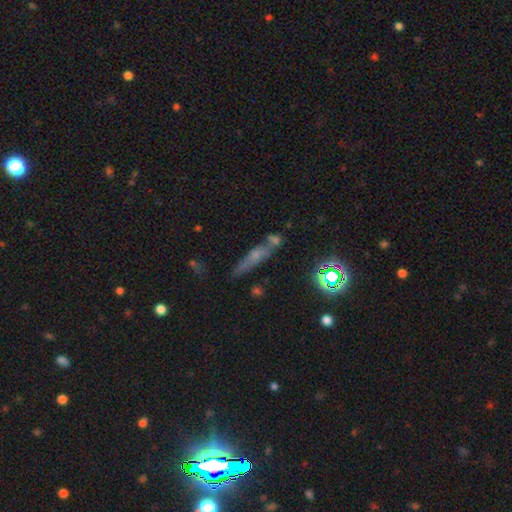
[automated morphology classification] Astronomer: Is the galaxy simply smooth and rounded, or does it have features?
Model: smooth — 41% (runner-up: featured or disk, 35%).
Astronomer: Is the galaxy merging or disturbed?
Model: none — 62%.